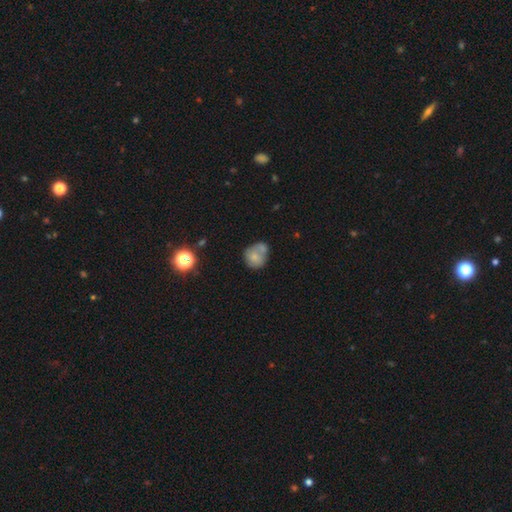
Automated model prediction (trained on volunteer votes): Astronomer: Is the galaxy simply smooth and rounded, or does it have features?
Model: smooth — 70%.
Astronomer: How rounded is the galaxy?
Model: round — 74%.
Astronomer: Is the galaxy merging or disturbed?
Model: merger — 43% (runner-up: none, 35%).